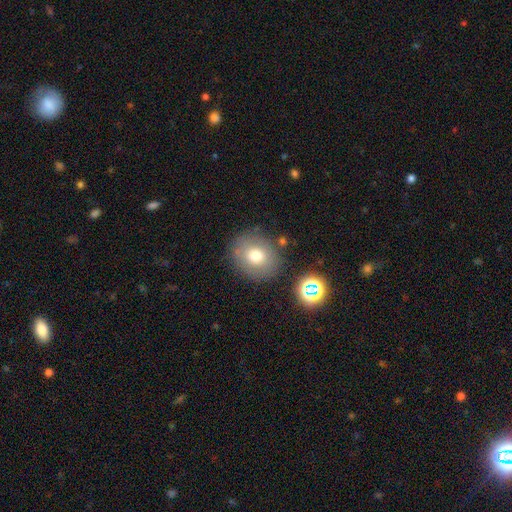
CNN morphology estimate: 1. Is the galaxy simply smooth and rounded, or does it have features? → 73% smooth, 16% featured or disk, 11% star or artifact.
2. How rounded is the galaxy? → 73% round, 26% in between, 1% cigar-shaped.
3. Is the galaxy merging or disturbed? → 79% none, 12% minor disturbance, 4% merger, 4% major disturbance.